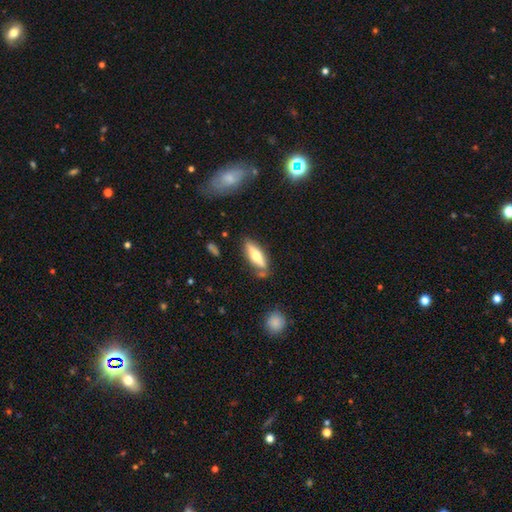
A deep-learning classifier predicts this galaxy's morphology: Q: Smooth or featured?
A: smooth (50%); runner-up: featured or disk (44%)
Q: Merging?
A: none (77%); runner-up: minor disturbance (15%)